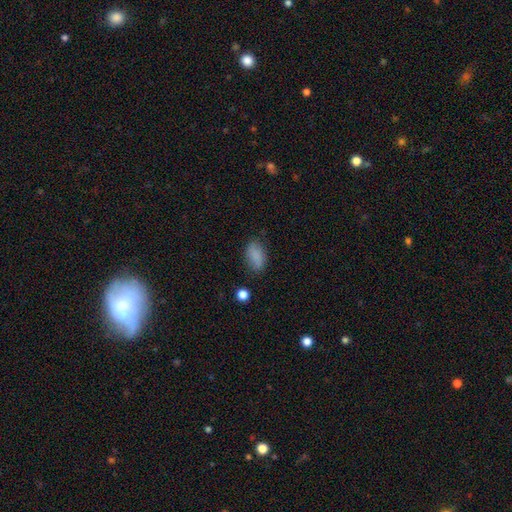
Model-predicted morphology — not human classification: This appears to be a smooth galaxy with no disk features (83%) that is in between round and cigar-shaped (90%). Merging: none (76%).